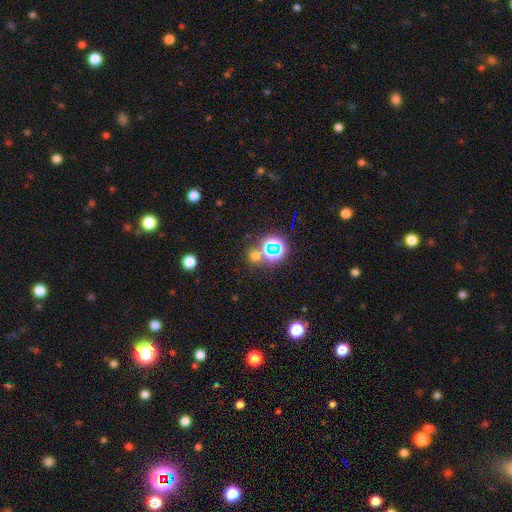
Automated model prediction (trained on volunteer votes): A smooth galaxy with no disk features (51%) that is round (85%).

Vote fractions:
- Smooth or featured? smooth: 51% / star or artifact: 42% / featured or disk: 7%
- How rounded? round: 85% / in between: 13% / cigar-shaped: 1%
- Merging? none: 70% / merger: 18% / minor disturbance: 8% / major disturbance: 4%